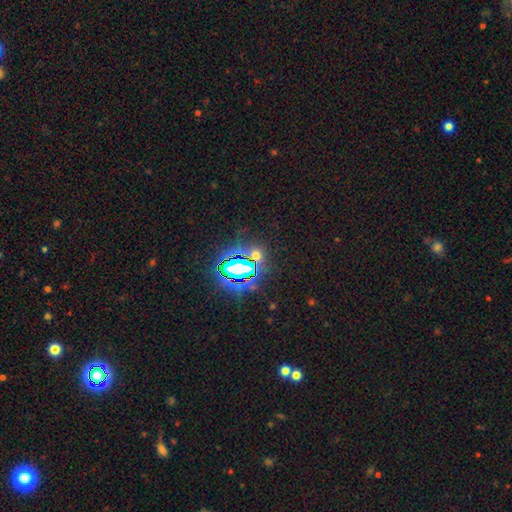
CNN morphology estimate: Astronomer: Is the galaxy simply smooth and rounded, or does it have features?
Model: star or artifact — 69%.